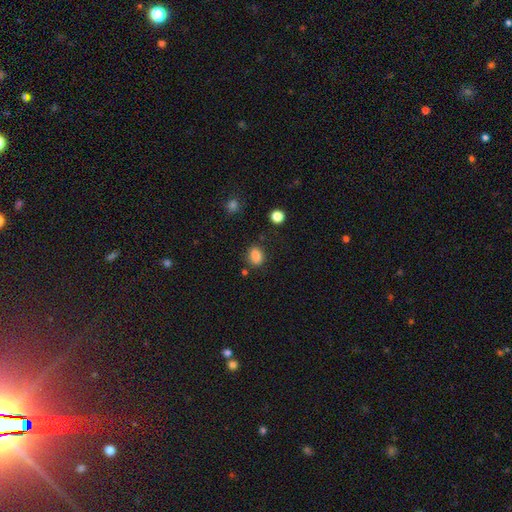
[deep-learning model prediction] smooth-or-featured: smooth: 85% | star or artifact: 11% | featured or disk: 5%
  how-rounded: in between: 60% | round: 39% | cigar-shaped: 1%
  merging: none: 78% | minor disturbance: 13% | merger: 4% | major disturbance: 4%